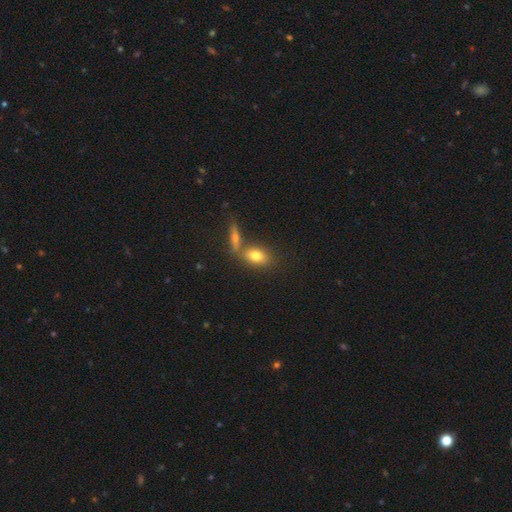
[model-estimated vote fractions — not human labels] This appears to be a smooth galaxy with no disk features (75%) that is in between round and cigar-shaped (78%). Merging: none (57%).